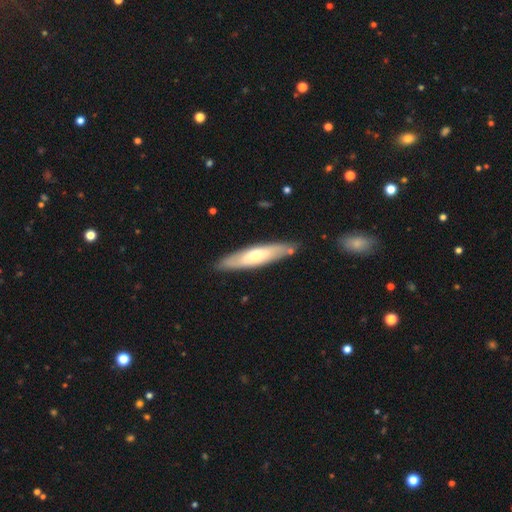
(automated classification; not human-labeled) Morphology: type=smooth (52%); roundness=cigar-shaped (76%); merging=none (85%).